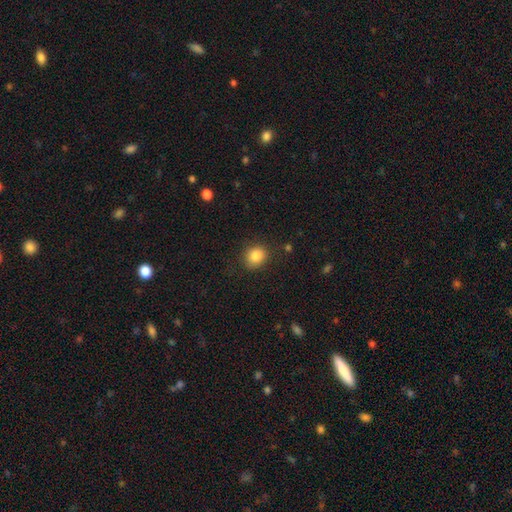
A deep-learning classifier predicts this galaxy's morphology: Smooth or featured? Predicted: smooth (p=0.85). How rounded? Predicted: round (p=0.74). Merging? Predicted: none (p=0.85).